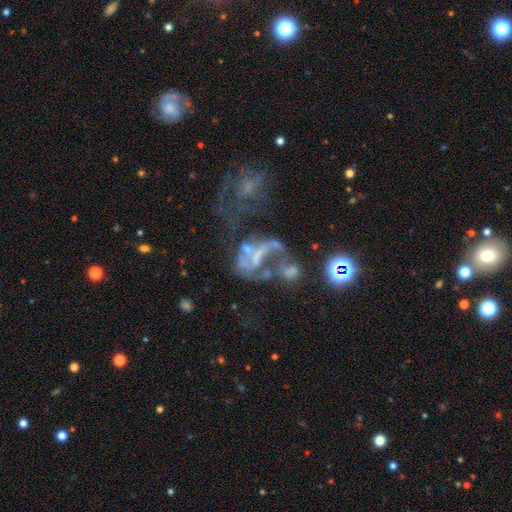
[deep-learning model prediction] Smooth or featured? featured or disk (62%)
Edge-on disk? no (97%)
Bar? no (64%)
Spiral arms? no (62%)
Bulge size? none (63%)
Merging? major disturbance (38%)